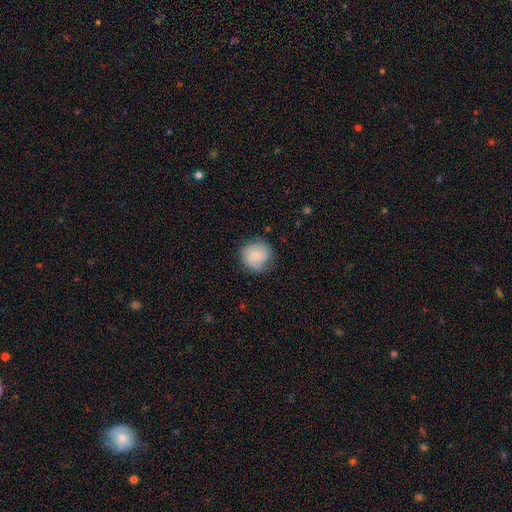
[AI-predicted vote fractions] smooth_or_featured: smooth (p=0.72) [alt: featured or disk p=0.21]
how_rounded: round (p=0.90) [alt: in between p=0.09]
merging: none (p=0.73) [alt: minor disturbance p=0.20]